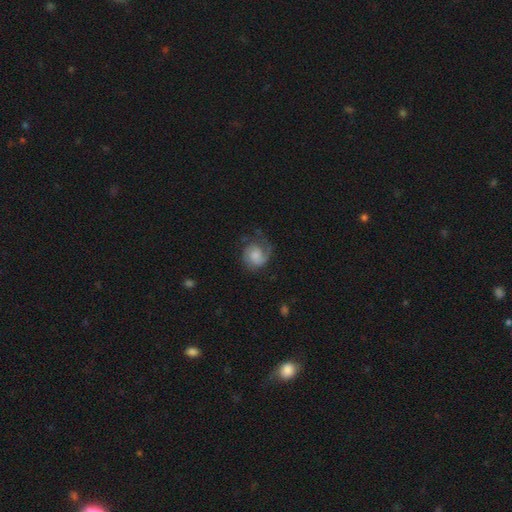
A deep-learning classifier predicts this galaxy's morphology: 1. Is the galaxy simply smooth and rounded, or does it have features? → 61% featured or disk, 31% smooth, 8% star or artifact.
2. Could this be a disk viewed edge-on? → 98% no, 2% yes.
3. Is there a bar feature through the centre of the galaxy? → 65% no, 31% weak, 4% strong.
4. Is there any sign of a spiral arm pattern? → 92% yes, 8% no.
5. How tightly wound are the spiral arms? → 40% medium (tied), 40% tight (tied), 20% loose.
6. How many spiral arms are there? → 52% 2, 32% 1, 10% can't tell, 3% 3, 1% 4, 1% more than 4.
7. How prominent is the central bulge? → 31% moderate, 28% small, 22% none, 17% large, 3% dominant.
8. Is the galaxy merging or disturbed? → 58% none, 23% minor disturbance, 17% major disturbance, 2% merger.